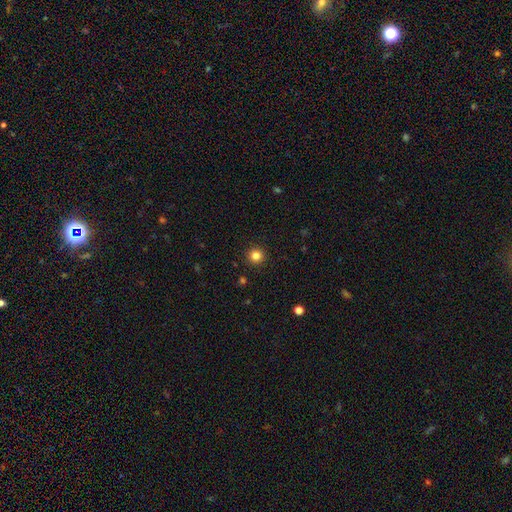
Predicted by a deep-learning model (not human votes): Smooth or featured? Predicted: smooth (p=0.83). How rounded? Predicted: round (p=0.95). Merging? Predicted: none (p=0.93).